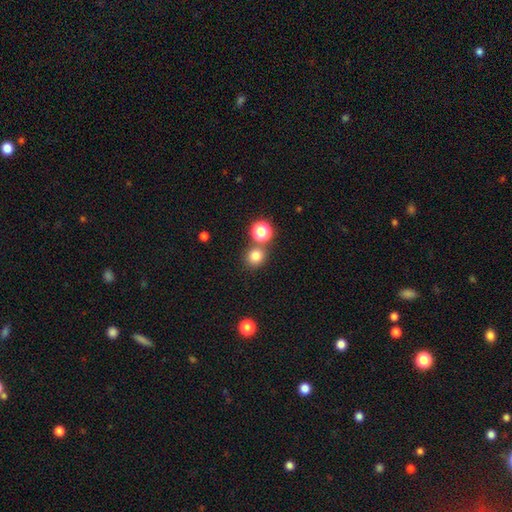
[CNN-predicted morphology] smooth-or-featured: smooth: 79% | star or artifact: 15% | featured or disk: 5%
  how-rounded: round: 85% | in between: 14% | cigar-shaped: 1%
  merging: none: 73% | merger: 16% | minor disturbance: 8% | major disturbance: 3%